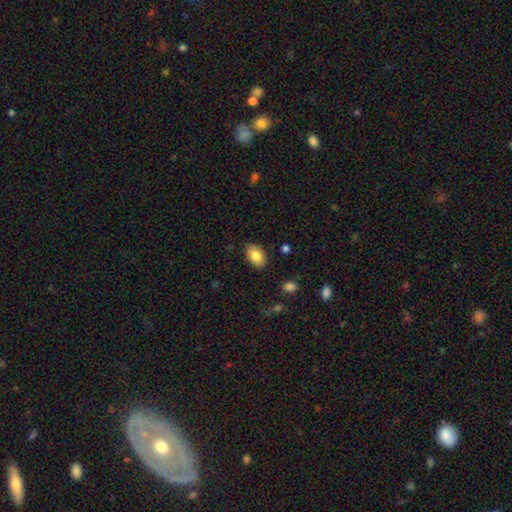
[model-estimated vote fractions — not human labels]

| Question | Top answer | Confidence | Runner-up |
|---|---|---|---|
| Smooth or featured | smooth | 85% | featured or disk (8%) |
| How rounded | in between | 89% | round (10%) |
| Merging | none | 87% | minor disturbance (10%) |